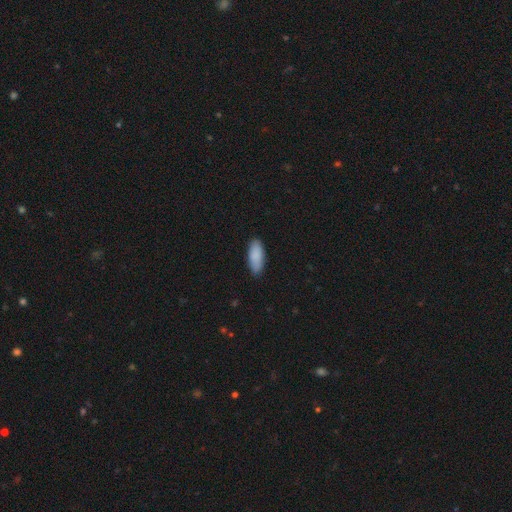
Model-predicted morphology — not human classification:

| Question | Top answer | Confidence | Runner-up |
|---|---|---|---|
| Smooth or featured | smooth | 89% | star or artifact (6%) |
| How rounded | in between | 80% | cigar-shaped (18%) |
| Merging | none | 84% | minor disturbance (13%) |